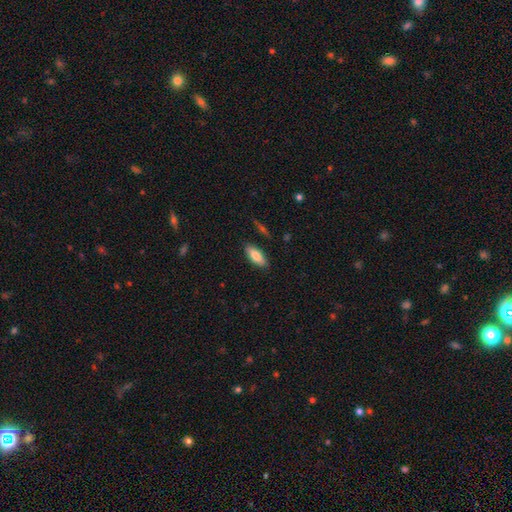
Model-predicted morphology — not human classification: Overall: smooth (78%). How rounded: in between (77%). Merging: none (87%).